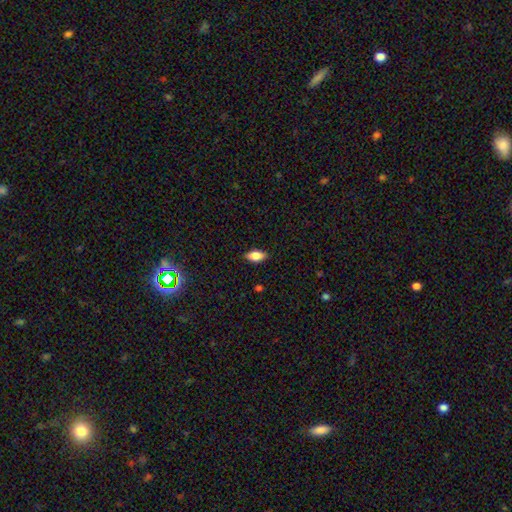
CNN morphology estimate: A smooth galaxy with no disk features (80%) that is in between round and cigar-shaped (87%). Merging: none (87%).